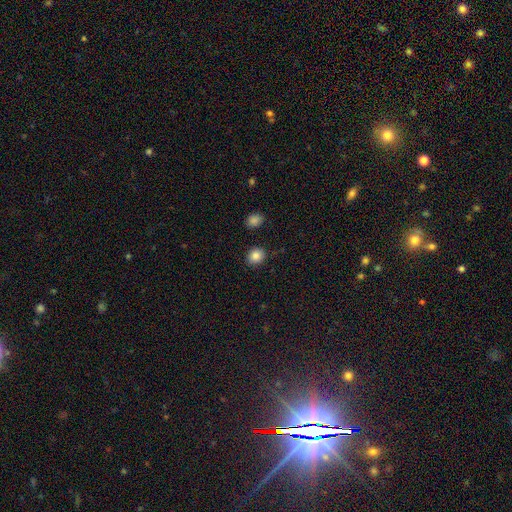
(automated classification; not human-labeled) Overall: smooth (85%). How rounded: round (67%; in between 32%). Merging: none (87%).